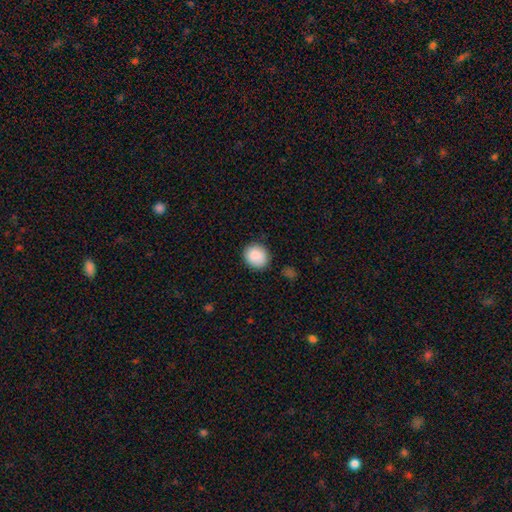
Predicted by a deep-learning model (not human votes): Q: Smooth or featured?
A: smooth (88%); runner-up: star or artifact (8%)
Q: How rounded?
A: round (76%); runner-up: in between (23%)
Q: Merging?
A: none (83%); runner-up: minor disturbance (12%)